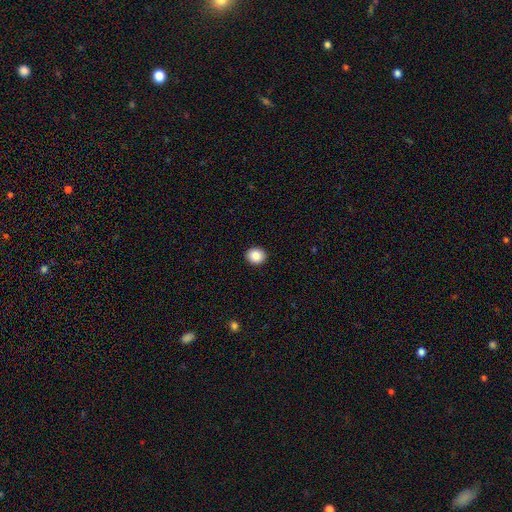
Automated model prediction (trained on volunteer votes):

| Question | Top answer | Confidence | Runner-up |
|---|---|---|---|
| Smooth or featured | smooth | 87% | star or artifact (8%) |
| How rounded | round | 78% | in between (22%) |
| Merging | none | 92% | minor disturbance (5%) |